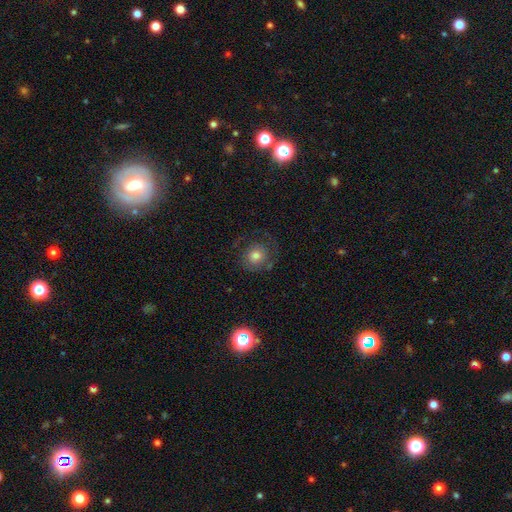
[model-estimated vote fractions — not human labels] This is possibly a smooth galaxy (58%). How rounded: clearly round (85%). Merging: likely none (65%).